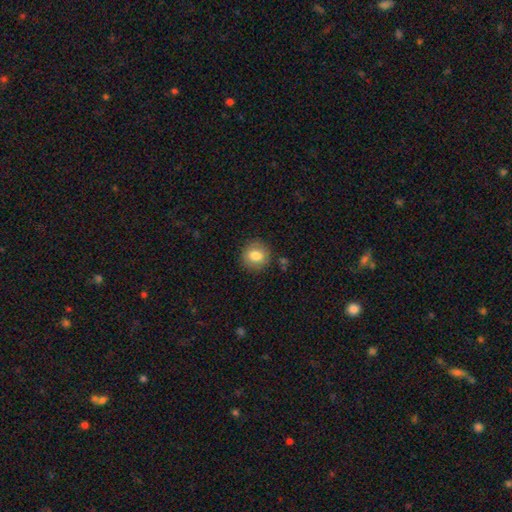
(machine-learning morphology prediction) A smooth galaxy with no disk features (81%) that is round (85%). Merging: none (86%).